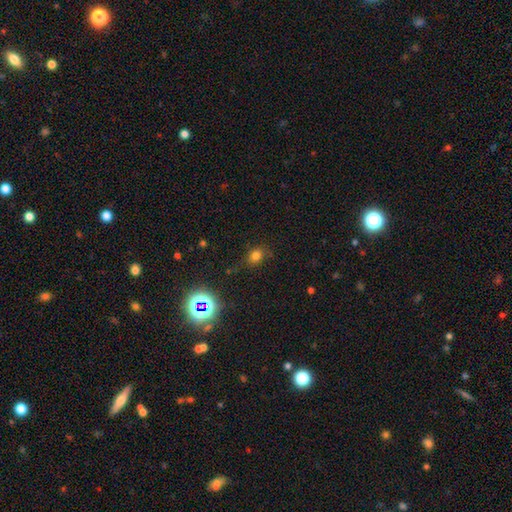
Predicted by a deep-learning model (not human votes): Smooth or featured? Predicted: smooth (p=0.70). How rounded? Predicted: round (p=0.51). Merging? Predicted: none (p=0.75).